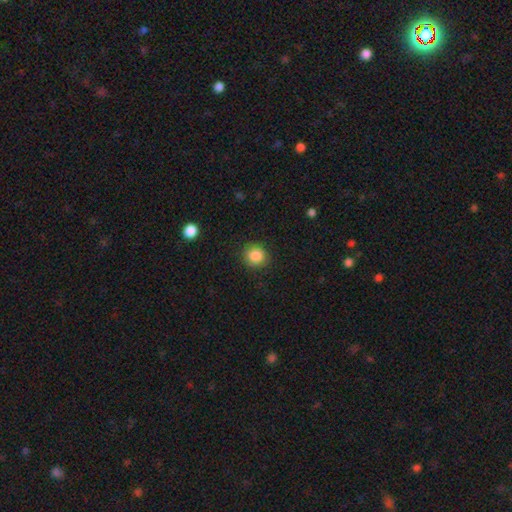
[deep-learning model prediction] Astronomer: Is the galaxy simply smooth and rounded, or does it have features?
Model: smooth — 87%.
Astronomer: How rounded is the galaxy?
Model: round — 86%.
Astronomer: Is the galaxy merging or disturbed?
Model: none — 89%.